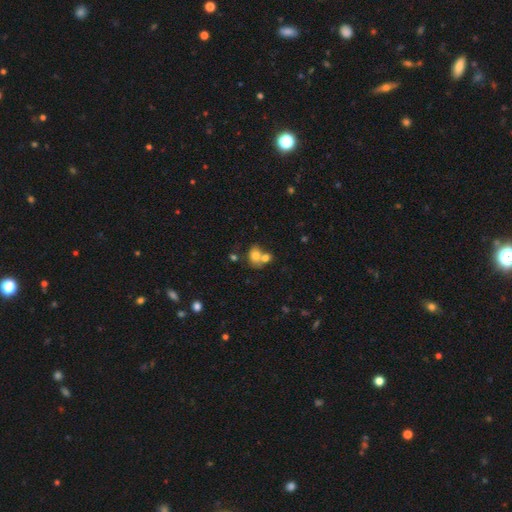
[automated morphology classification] A smooth galaxy with no disk features (73%) that is round (52%).

Vote fractions:
- Smooth or featured? smooth: 73% / featured or disk: 16% / star or artifact: 11%
- How rounded? round: 52% / in between: 47% / cigar-shaped: 1%
- Merging? merger: 56% / none: 31% / minor disturbance: 9% / major disturbance: 4%